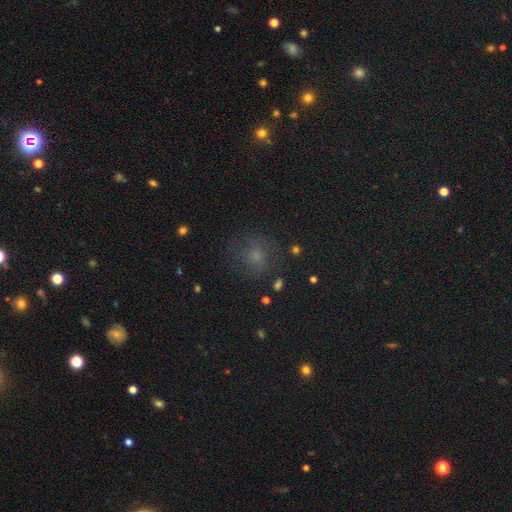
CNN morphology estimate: A smooth galaxy with no disk features (63%) that is round (85%). Merging: none (74%).